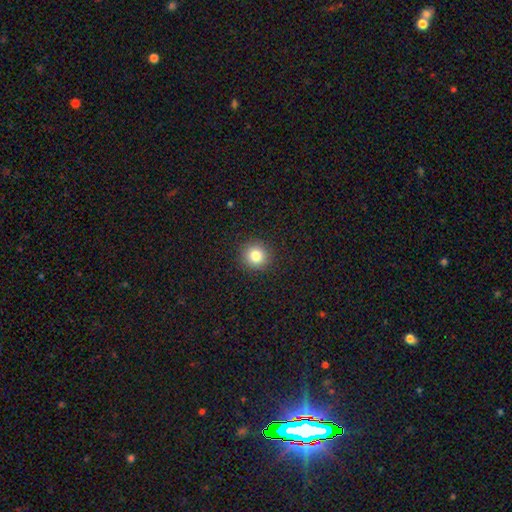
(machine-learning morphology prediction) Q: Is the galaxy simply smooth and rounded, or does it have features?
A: smooth — 83%.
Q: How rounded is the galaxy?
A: round — 92%.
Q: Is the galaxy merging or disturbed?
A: none — 91%.